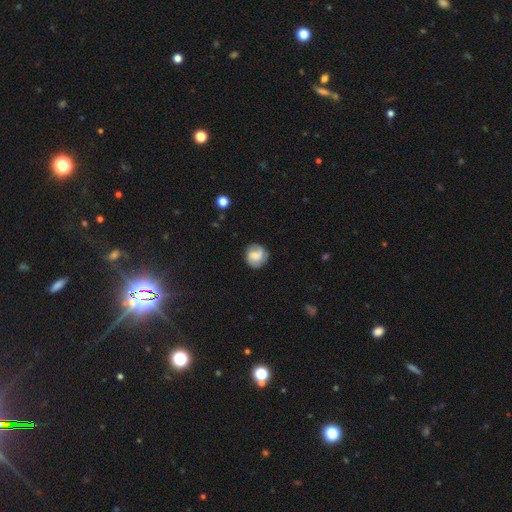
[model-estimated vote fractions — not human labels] Smooth or featured? Predicted: smooth (p=0.46, tied with featured or disk). Merging? Predicted: none (p=0.80).